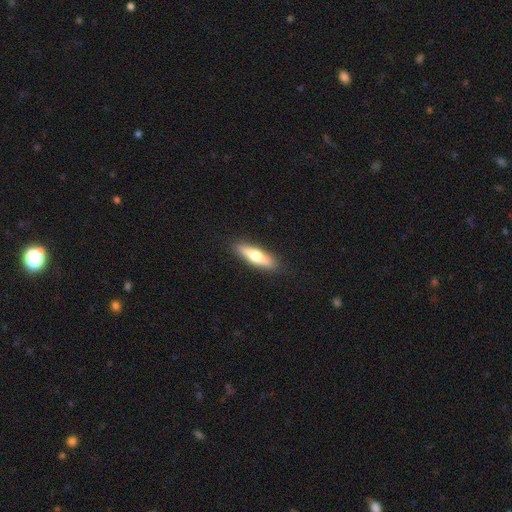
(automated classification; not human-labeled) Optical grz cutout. It shows a smooth galaxy with no disk features (54%) that is cigar-shaped (70%). Merging: none (89%).